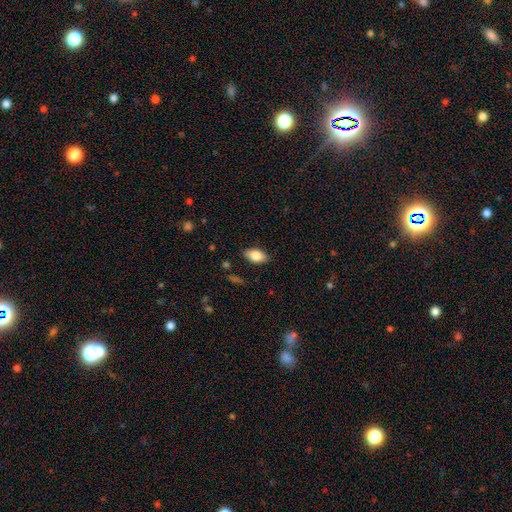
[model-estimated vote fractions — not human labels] A smooth galaxy with no disk features (81%) that is in between round and cigar-shaped (91%).

Vote fractions:
- Smooth or featured? smooth: 81% / featured or disk: 11% / star or artifact: 7%
- How rounded? in between: 91% / round: 5% / cigar-shaped: 4%
- Merging? none: 85% / minor disturbance: 11% / major disturbance: 2% / merger: 1%